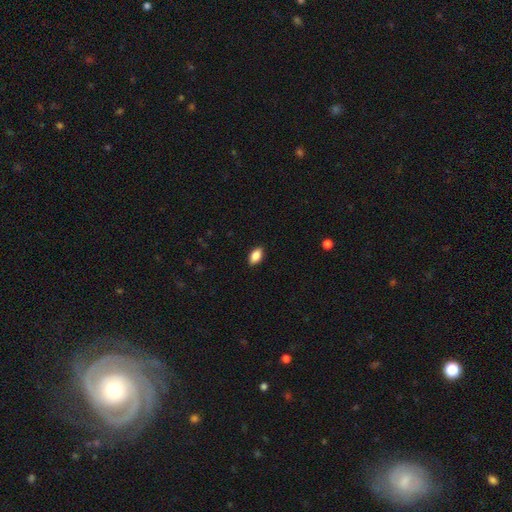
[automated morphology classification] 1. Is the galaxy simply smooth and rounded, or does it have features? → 88% smooth, 7% star or artifact, 5% featured or disk.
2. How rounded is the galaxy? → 92% in between, 5% round, 3% cigar-shaped.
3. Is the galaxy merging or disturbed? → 88% none, 9% minor disturbance, 2% major disturbance, 1% merger.